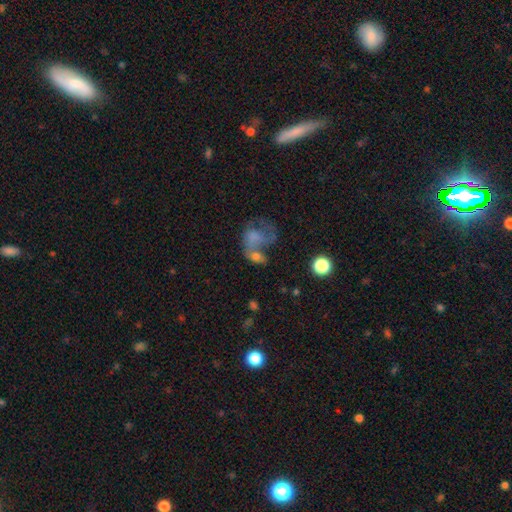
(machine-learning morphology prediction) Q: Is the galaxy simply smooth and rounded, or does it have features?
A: smooth — 51%.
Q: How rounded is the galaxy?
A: in between — 60%.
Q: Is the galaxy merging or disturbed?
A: merger — 46%.